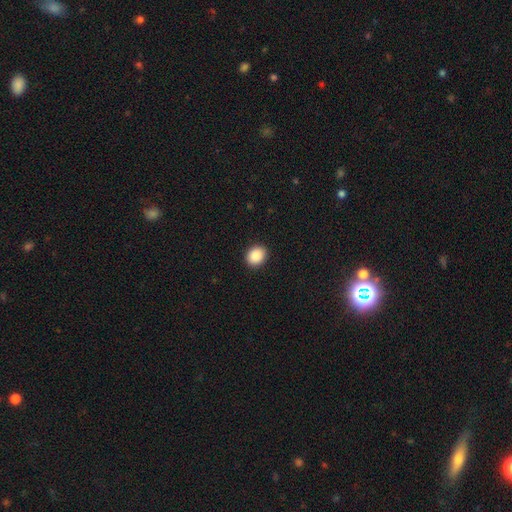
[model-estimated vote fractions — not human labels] Smooth or featured: smooth — 89% (star or artifact — 8%)
How rounded: round — 58% (in between — 41%)
Merging: none — 91% (minor disturbance — 6%)